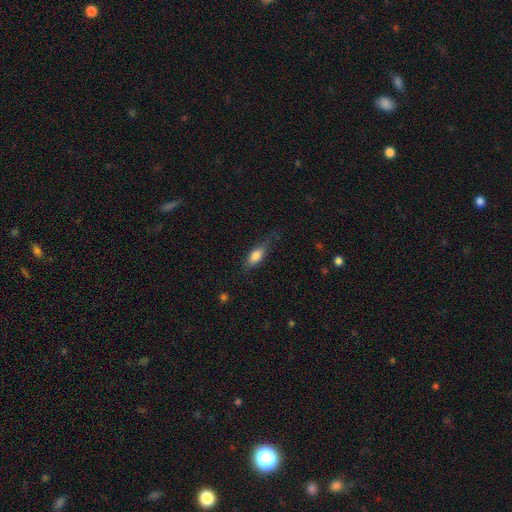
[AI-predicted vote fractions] Smooth or featured? smooth (75%)
How rounded? in between (74%)
Merging? none (62%)